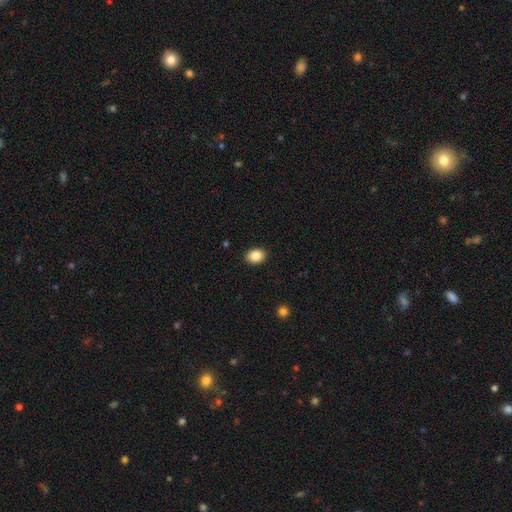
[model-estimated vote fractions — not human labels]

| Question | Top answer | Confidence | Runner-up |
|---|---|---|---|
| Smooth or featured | smooth | 87% | star or artifact (8%) |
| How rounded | in between | 65% | round (34%) |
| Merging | none | 90% | minor disturbance (7%) |